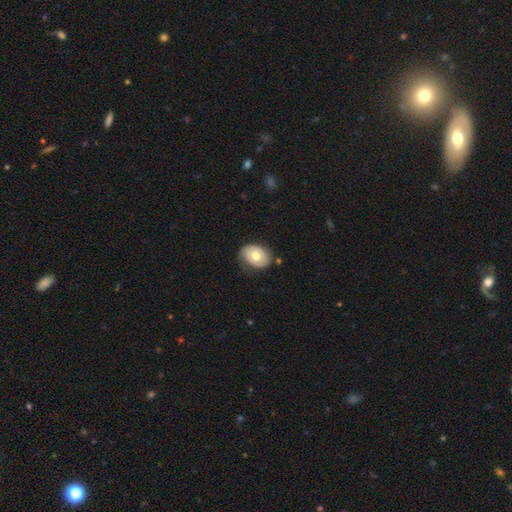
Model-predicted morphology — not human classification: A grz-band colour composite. It shows a smooth galaxy with no disk features (55%) that is in between round and cigar-shaped (72%). Merging: none (69%).